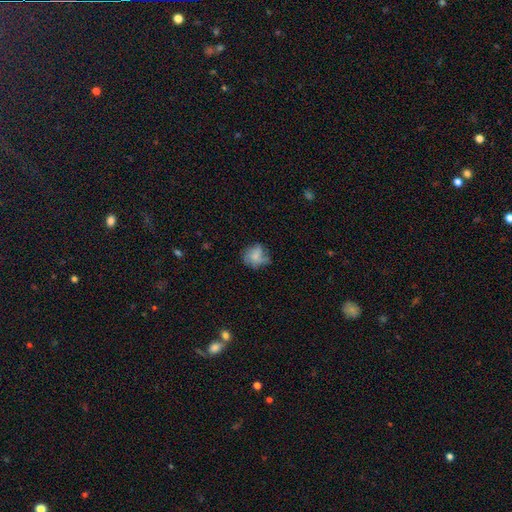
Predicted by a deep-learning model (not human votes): Smooth or featured? smooth (53%)
How rounded? round (64%)
Merging? none (55%)